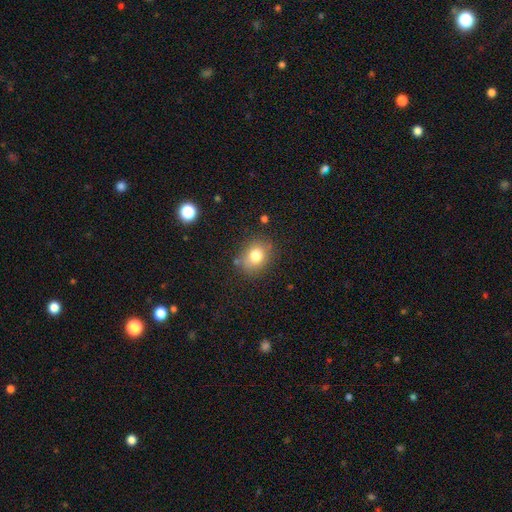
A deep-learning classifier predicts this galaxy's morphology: Smooth or featured? Predicted: smooth (p=0.78). How rounded? Predicted: round (p=0.55). Merging? Predicted: none (p=0.79).